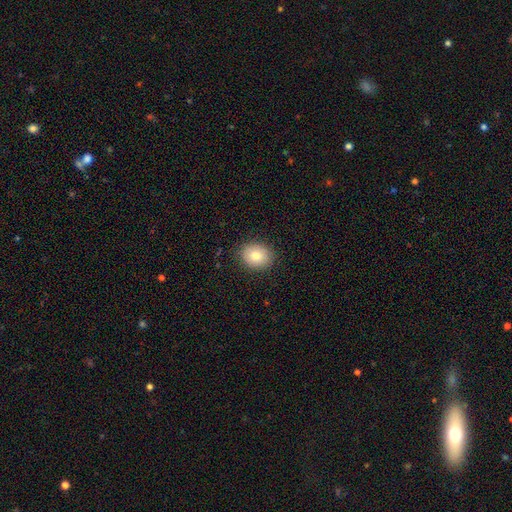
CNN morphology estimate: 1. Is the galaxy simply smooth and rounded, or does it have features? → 80% smooth, 11% featured or disk, 9% star or artifact.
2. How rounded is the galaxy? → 56% round, 43% in between, 1% cigar-shaped.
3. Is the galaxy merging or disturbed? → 88% none, 9% minor disturbance, 2% major disturbance, 1% merger.